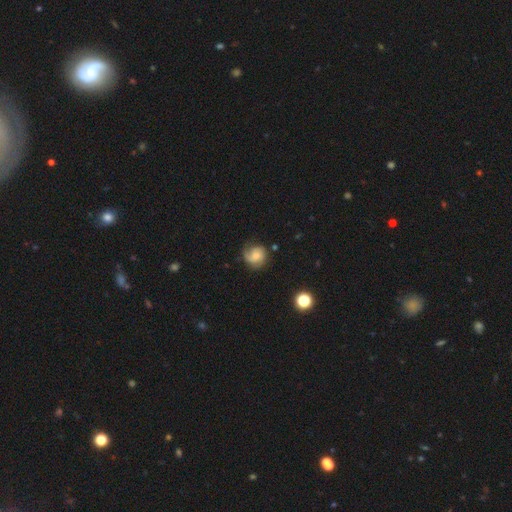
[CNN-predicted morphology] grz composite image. It shows a featured or disk galaxy (51%). Merging: none (62%).